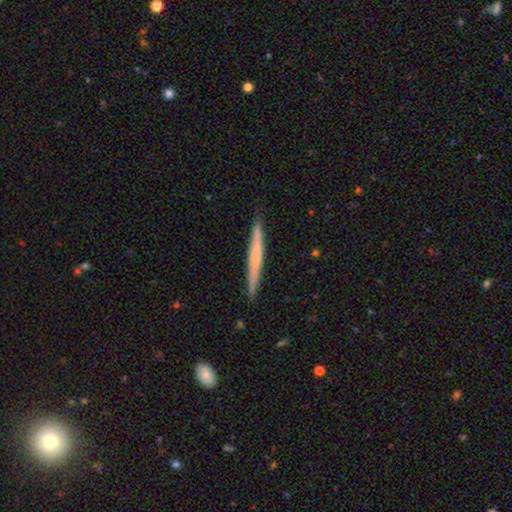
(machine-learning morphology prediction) Smooth or featured? Predicted: smooth (p=0.48). Merging? Predicted: none (p=0.89).